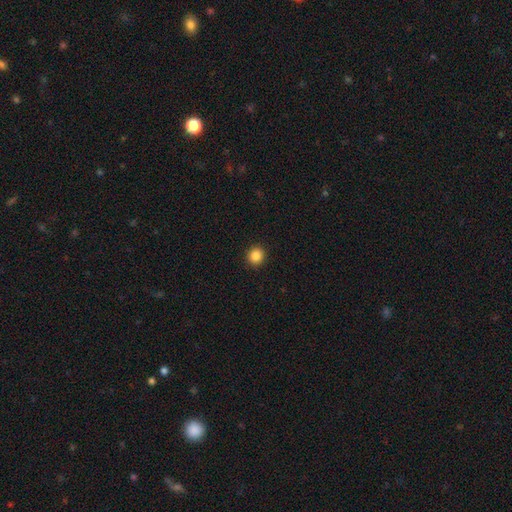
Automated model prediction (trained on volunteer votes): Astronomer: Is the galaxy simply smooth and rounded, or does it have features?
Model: smooth — 86%.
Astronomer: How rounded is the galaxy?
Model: round — 90%.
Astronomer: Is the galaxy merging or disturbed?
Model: none — 93%.